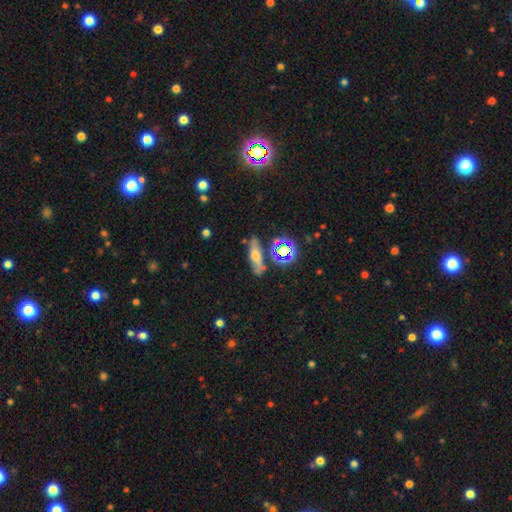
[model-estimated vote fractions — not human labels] The model was most divided on "smooth or featured": smooth: 42%, featured or disk: 36%, star or artifact: 22%. More confident: merging — none (70%).